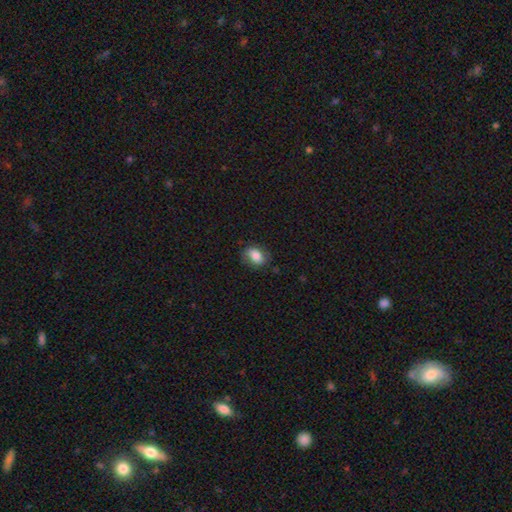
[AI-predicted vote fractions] Smooth or featured: smooth — 78% (featured or disk — 14%)
How rounded: in between — 78% (round — 21%)
Merging: none — 74% (minor disturbance — 19%)